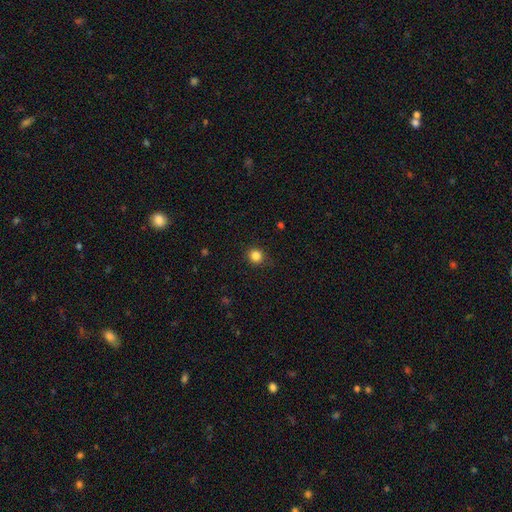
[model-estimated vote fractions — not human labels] This appears to be a smooth galaxy with no disk features (84%) that is round (90%). Merging: none (88%).